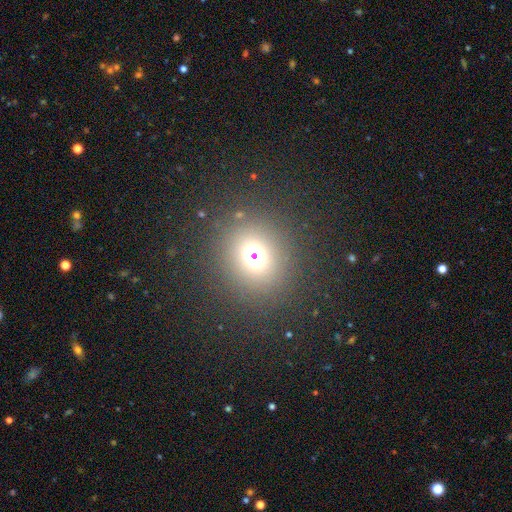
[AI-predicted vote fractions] Q: Smooth or featured?
A: smooth (60%); runner-up: star or artifact (30%)
Q: How rounded?
A: round (81%); runner-up: in between (18%)
Q: Merging?
A: none (83%); runner-up: minor disturbance (8%)